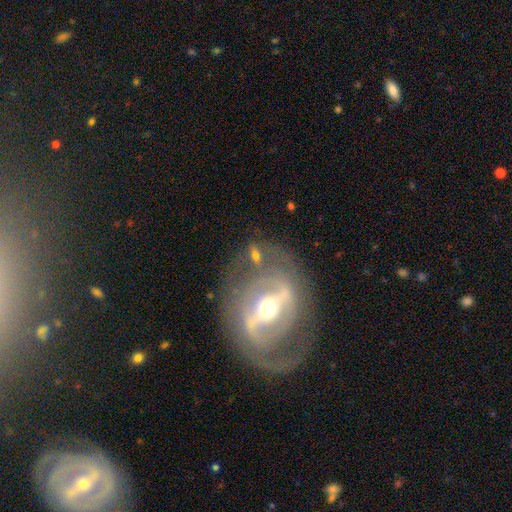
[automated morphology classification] featured or disk 61%, smooth 29%, star or artifact 10%. Down the decision tree: edge-on disk — no (84%); bar — strong (43%); spiral arms — yes (56%); bulge size — moderate (70%); merging — none (54%).